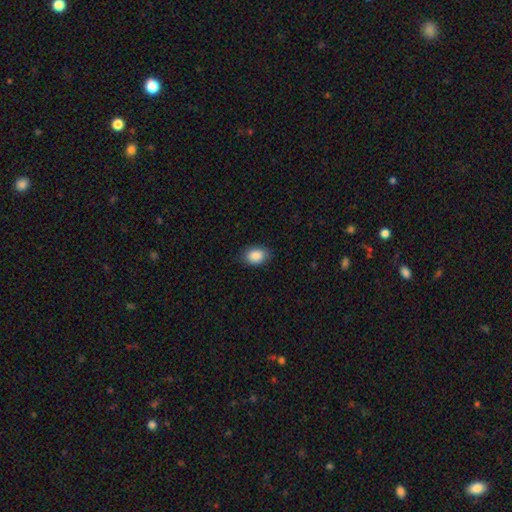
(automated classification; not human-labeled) The model was most divided on "how rounded": in between: 75%, round: 24%, cigar-shaped: 1%. More confident: smooth or featured — smooth (89%); merging — none (82%).